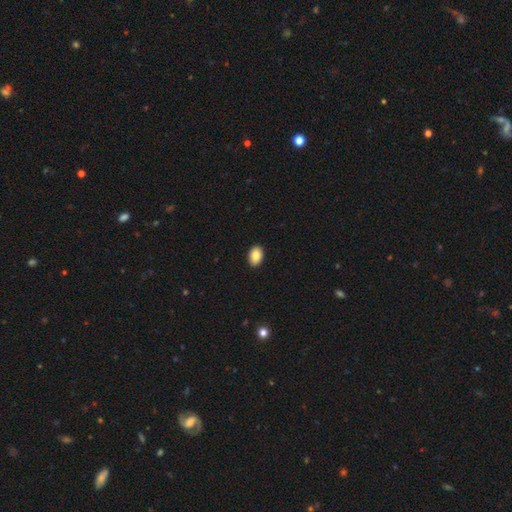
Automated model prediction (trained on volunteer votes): Smooth or featured?
  - smooth: 87% *
  - star or artifact: 8%
  - featured or disk: 5%
How rounded?
  - in between: 85% *
  - round: 14%
  - cigar-shaped: 1%
Merging?
  - none: 91% *
  - minor disturbance: 6%
  - major disturbance: 2%
  - merger: 1%